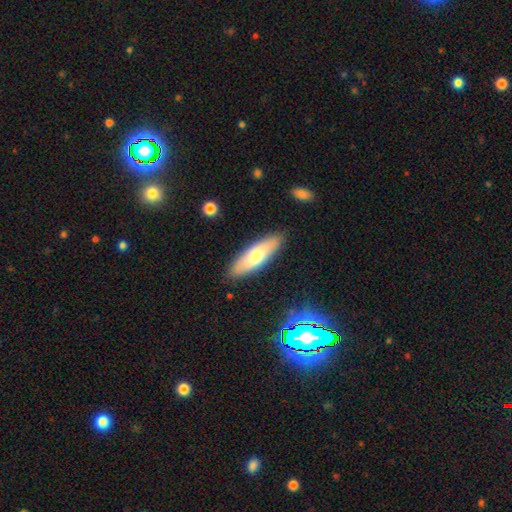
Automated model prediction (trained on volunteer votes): This appears to be a smooth galaxy with no disk features (66%) that is in between round and cigar-shaped (51%). Merging: none (88%).